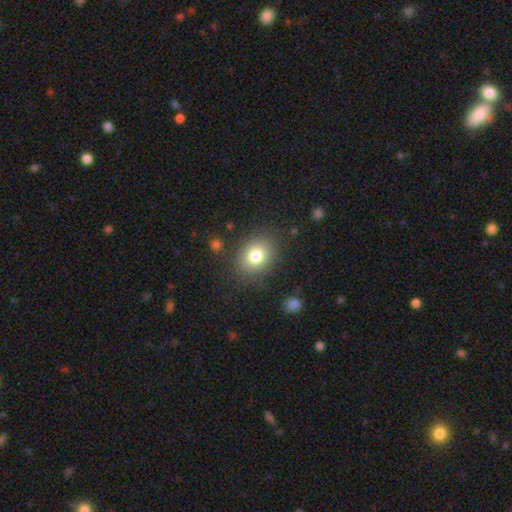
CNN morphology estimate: Smooth or featured: smooth — 78% (star or artifact — 11%)
How rounded: in between — 50% (tied with round — 50%)
Merging: none — 84% (minor disturbance — 10%)